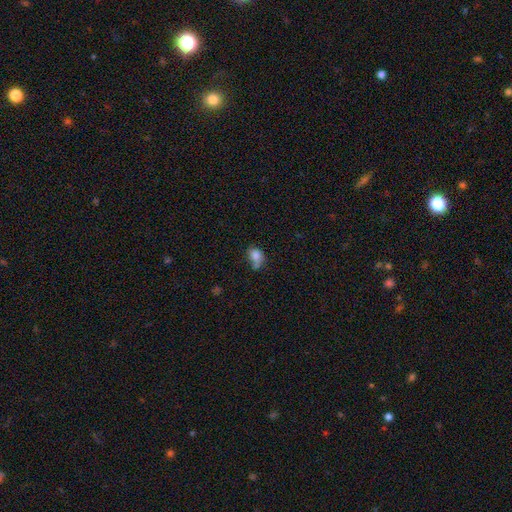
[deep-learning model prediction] Q: Smooth or featured?
A: smooth (79%); runner-up: featured or disk (10%)
Q: How rounded?
A: in between (57%); runner-up: round (42%)
Q: Merging?
A: none (37%); runner-up: minor disturbance (26%)